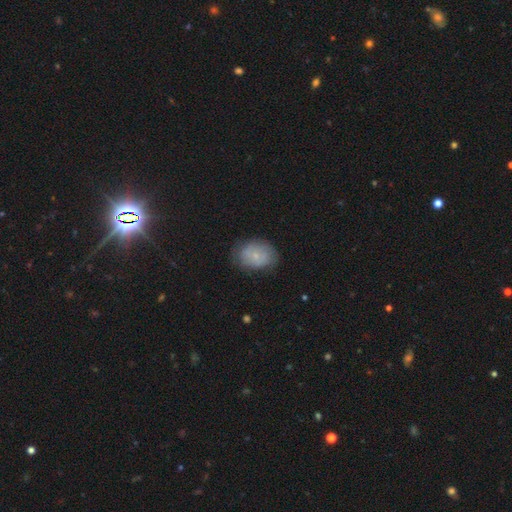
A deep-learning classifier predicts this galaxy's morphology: Q: Smooth or featured?
A: smooth (58%); runner-up: featured or disk (34%)
Q: How rounded?
A: in between (67%); runner-up: round (32%)
Q: Merging?
A: none (71%); runner-up: minor disturbance (21%)